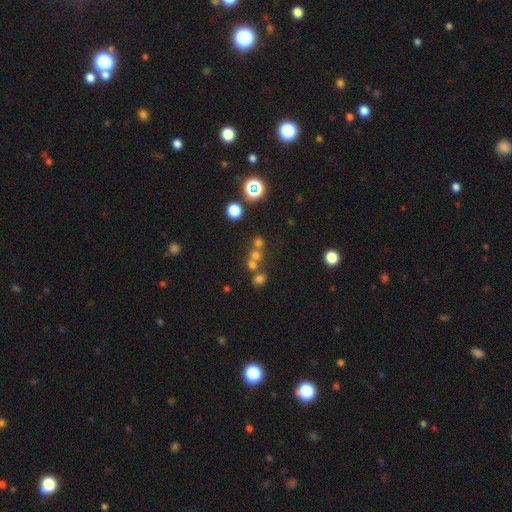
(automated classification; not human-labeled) Smooth or featured: smooth — 50% (star or artifact — 35%)
How rounded: round — 85% (in between — 14%)
Merging: none — 49% (merger — 39%)